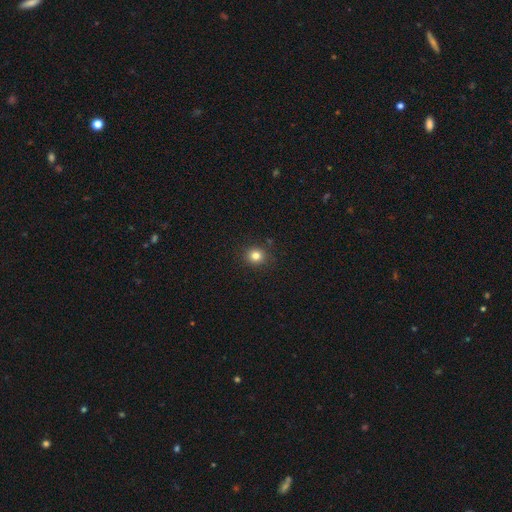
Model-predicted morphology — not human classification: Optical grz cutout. It shows a smooth galaxy with no disk features (81%) that is round (87%). Merging: none (90%).